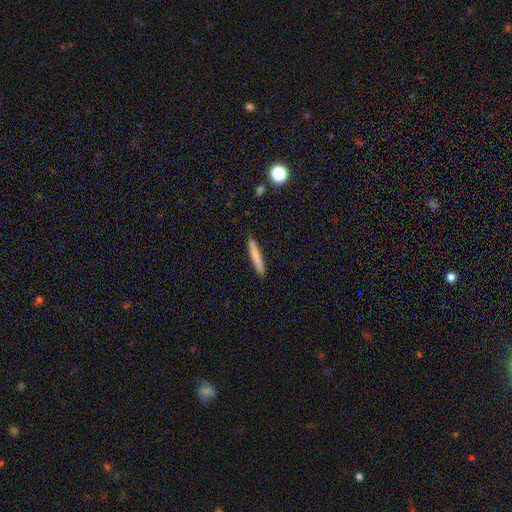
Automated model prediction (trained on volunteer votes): smooth_or_featured: smooth (p=0.77) [alt: featured or disk p=0.18]
how_rounded: cigar-shaped (p=0.95) [alt: in between p=0.04]
merging: none (p=0.91) [alt: minor disturbance p=0.06]